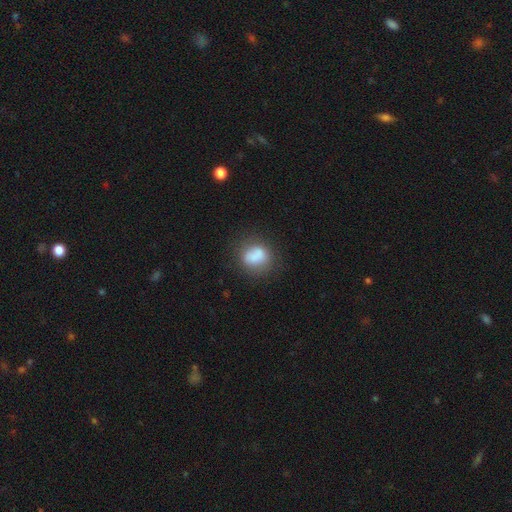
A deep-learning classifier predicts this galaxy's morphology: This appears to be a smooth galaxy with no disk features (77%) that is round (58%). Merging: none (62%).